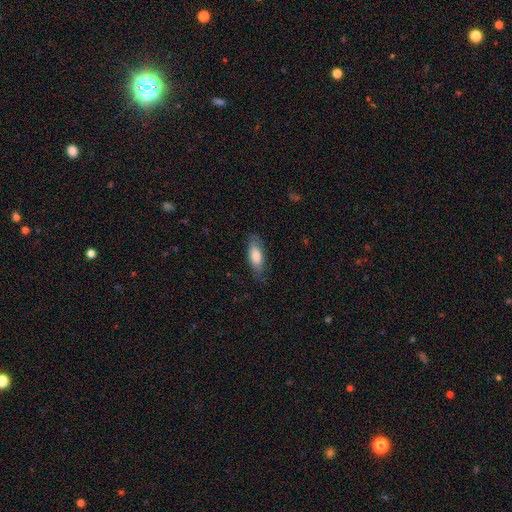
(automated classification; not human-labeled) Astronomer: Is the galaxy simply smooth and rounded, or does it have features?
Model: smooth — 78%.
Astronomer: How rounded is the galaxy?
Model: in between — 77%.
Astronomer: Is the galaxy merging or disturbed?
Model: none — 75%.